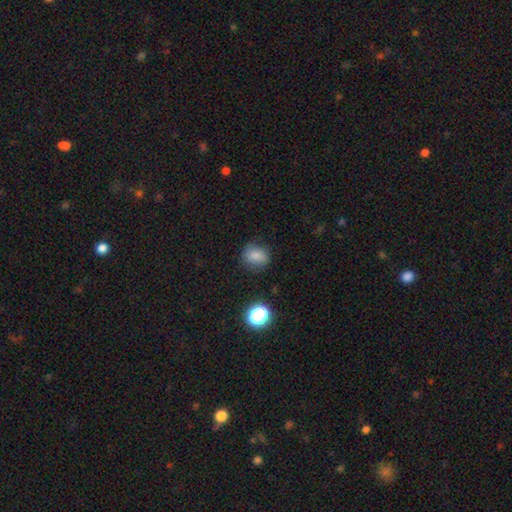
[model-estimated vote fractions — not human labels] Morphology: type=smooth (80%); roundness=round (62%); merging=none (75%).